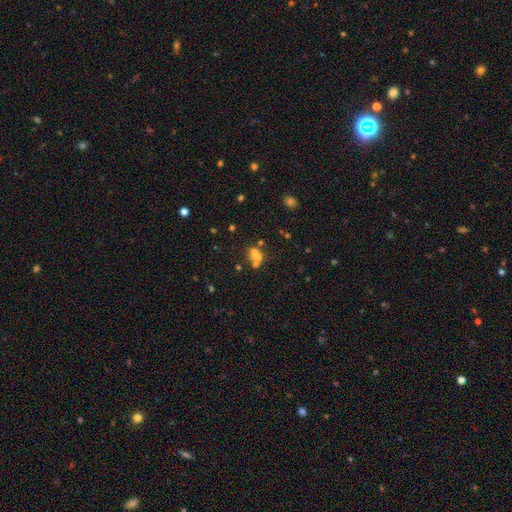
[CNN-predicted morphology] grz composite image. It shows a smooth galaxy with no disk features (47%). Merging: none (43%).